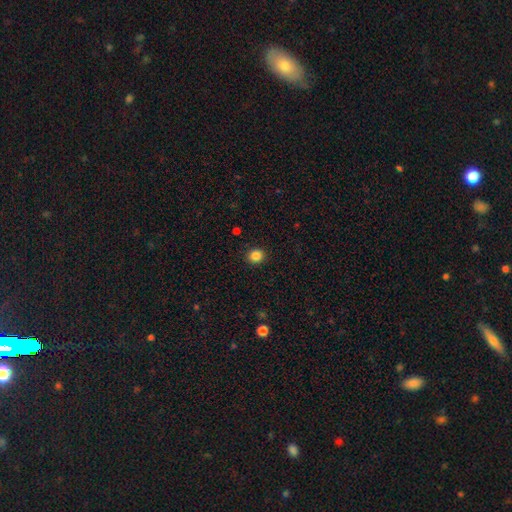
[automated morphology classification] Smooth or featured?
  - smooth: 85% *
  - star or artifact: 11%
  - featured or disk: 4%
How rounded?
  - round: 81% *
  - in between: 18%
  - cigar-shaped: 1%
Merging?
  - none: 91% *
  - minor disturbance: 6%
  - major disturbance: 2%
  - merger: 1%